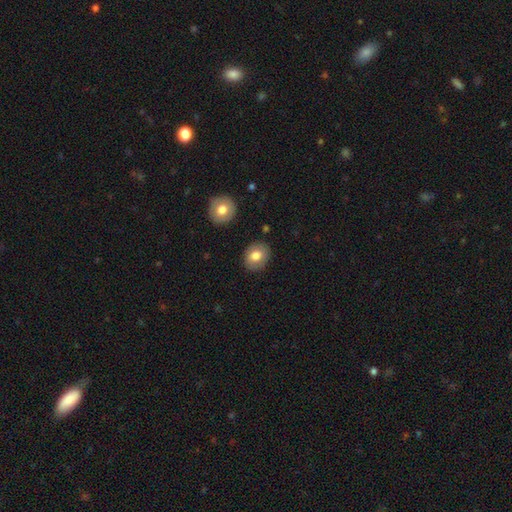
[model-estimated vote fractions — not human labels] Q: Smooth or featured?
A: smooth (76%); runner-up: featured or disk (17%)
Q: How rounded?
A: round (54%); runner-up: in between (45%)
Q: Merging?
A: none (86%); runner-up: minor disturbance (10%)